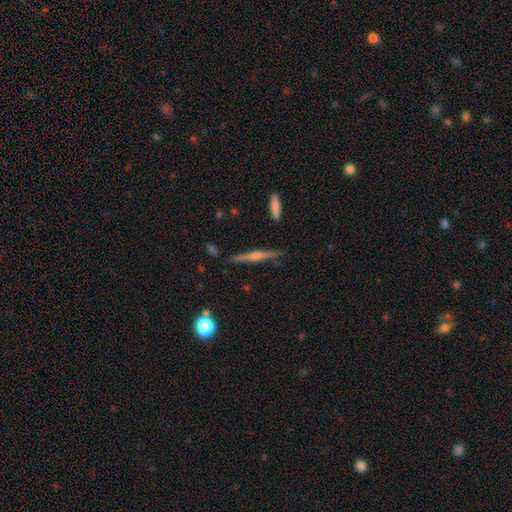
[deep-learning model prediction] A featured or disk galaxy (73%) viewed edge-on (96%) with a rounded central bulge (84%). Merging: none (85%).